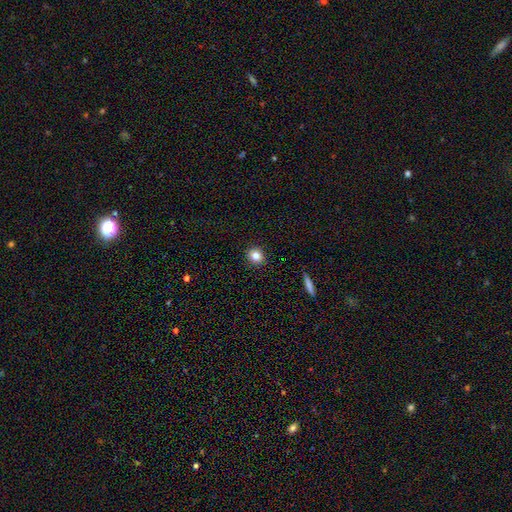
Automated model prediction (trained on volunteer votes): Smooth or featured?
  - smooth: 82% *
  - star or artifact: 11%
  - featured or disk: 7%
How rounded?
  - round: 84% *
  - in between: 15%
  - cigar-shaped: 1%
Merging?
  - none: 92% *
  - minor disturbance: 5%
  - major disturbance: 2%
  - merger: 1%